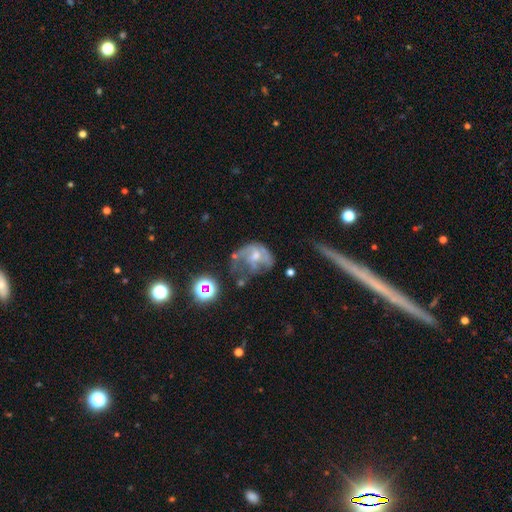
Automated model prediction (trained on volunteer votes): The model was most divided on "spiral arms": no: 51%, yes: 49%. Remaining: edge-on disk — no (98%); bar — no (70%); smooth or featured — featured or disk (59%); merging — major disturbance (44%); bulge size — moderate (42%).